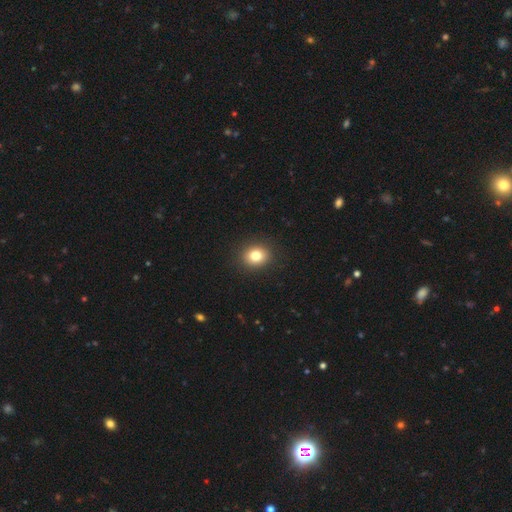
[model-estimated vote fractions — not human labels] smooth-or-featured: smooth: 81% | star or artifact: 11% | featured or disk: 8%
  how-rounded: round: 68% | in between: 31% | cigar-shaped: 1%
  merging: none: 90% | minor disturbance: 6% | major disturbance: 2% | merger: 1%